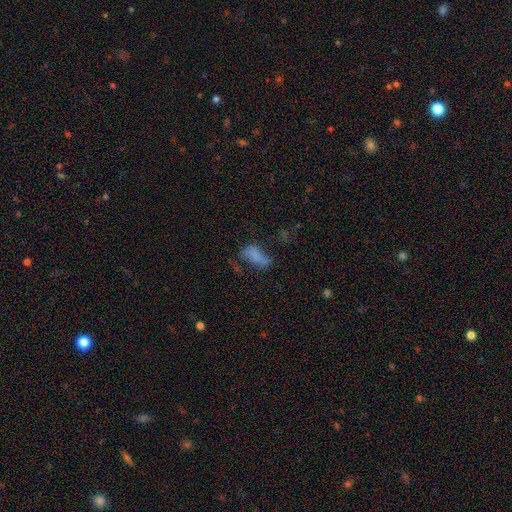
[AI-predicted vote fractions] Smooth or featured? smooth (56%)
How rounded? in between (85%)
Merging? major disturbance (36%)